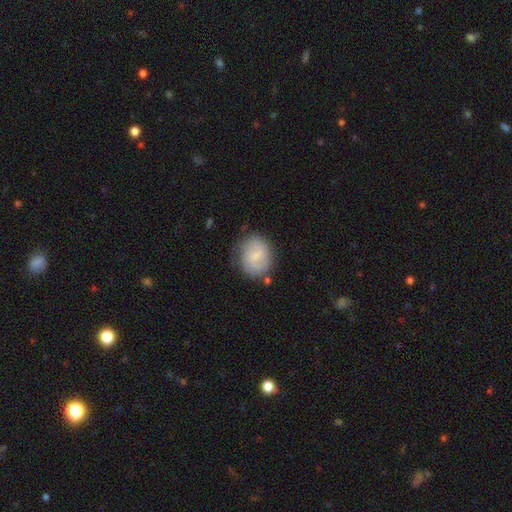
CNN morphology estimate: Smooth or featured?
  - smooth: 54% *
  - featured or disk: 39%
  - star or artifact: 7%
How rounded?
  - round: 63% *
  - in between: 36%
  - cigar-shaped: 1%
Merging?
  - none: 72% *
  - minor disturbance: 19%
  - major disturbance: 6%
  - merger: 4%